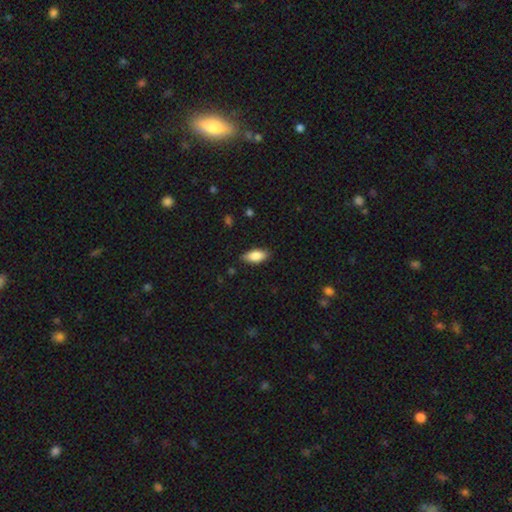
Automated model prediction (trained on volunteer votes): Smooth or featured? smooth (82%)
How rounded? in between (86%)
Merging? none (85%)